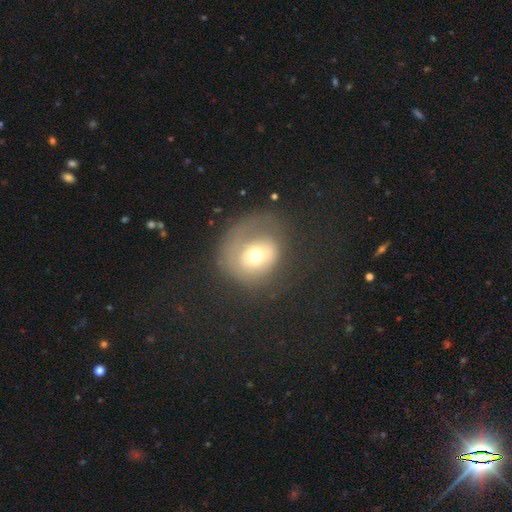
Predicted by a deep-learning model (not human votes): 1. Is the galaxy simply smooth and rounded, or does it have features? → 52% smooth, 37% featured or disk, 11% star or artifact.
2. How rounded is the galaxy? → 74% round, 25% in between, 1% cigar-shaped.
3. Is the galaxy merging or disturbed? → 42% none, 34% major disturbance, 22% minor disturbance, 2% merger.